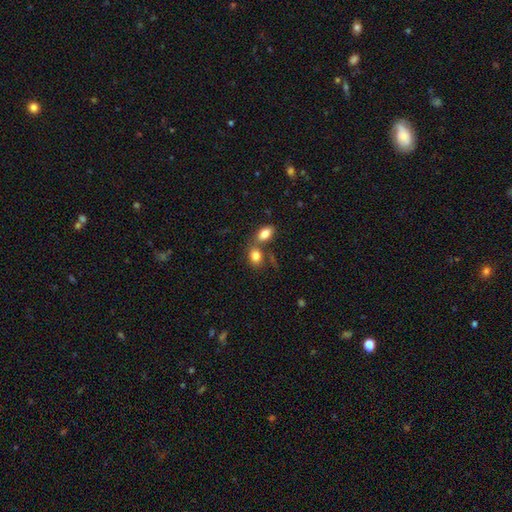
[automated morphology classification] A smooth galaxy with no disk features (82%) that is in between round and cigar-shaped (75%). Merging: merger (42%, tied with none).